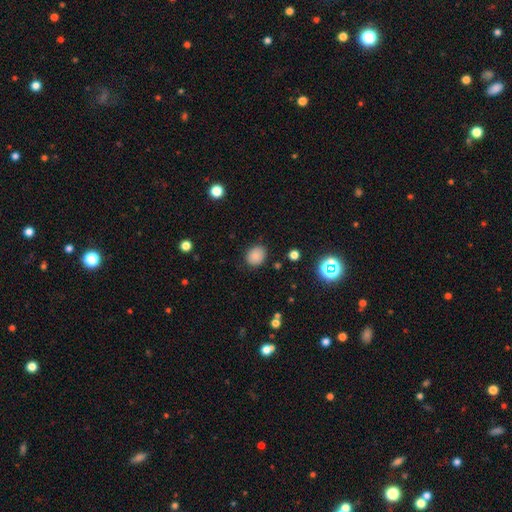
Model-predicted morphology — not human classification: Smooth or featured? smooth (84%)
How rounded? round (57%)
Merging? none (84%)